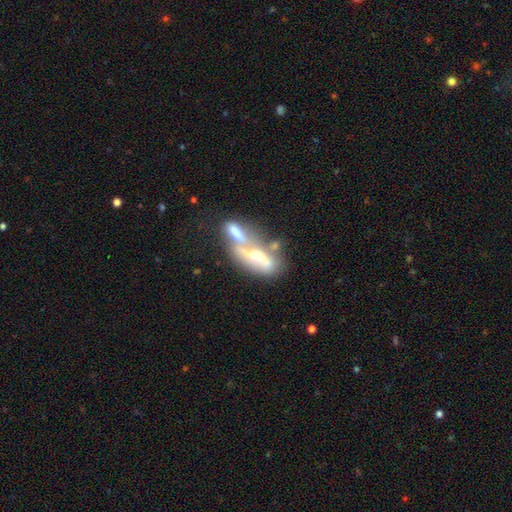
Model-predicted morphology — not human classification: The model was most divided on "smooth or featured": featured or disk: 63%, smooth: 27%, star or artifact: 9%. More confident: edge-on disk — no (76%); merging — merger (62%).